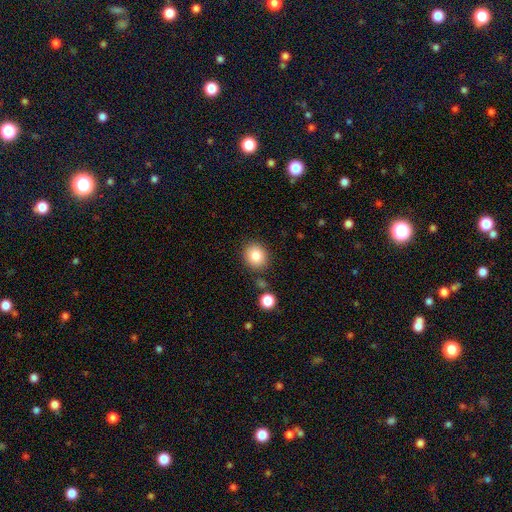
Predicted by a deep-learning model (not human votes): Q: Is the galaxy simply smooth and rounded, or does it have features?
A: smooth — 84%.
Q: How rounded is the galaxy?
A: round — 70%.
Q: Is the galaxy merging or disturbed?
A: none — 84%.